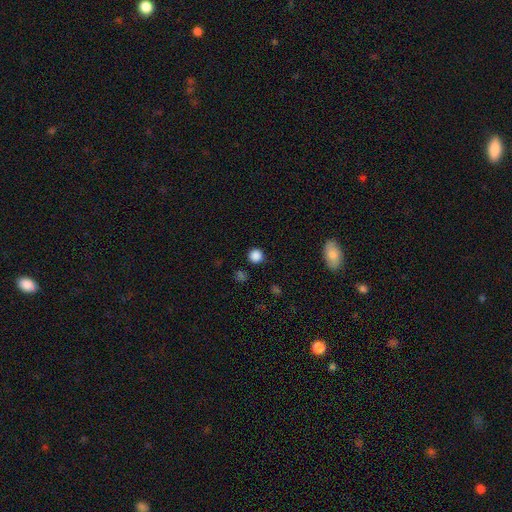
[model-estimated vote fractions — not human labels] The model was most divided on "smooth or featured": smooth: 85%, star or artifact: 12%, featured or disk: 3%. More confident: how rounded — round (95%); merging — none (90%).